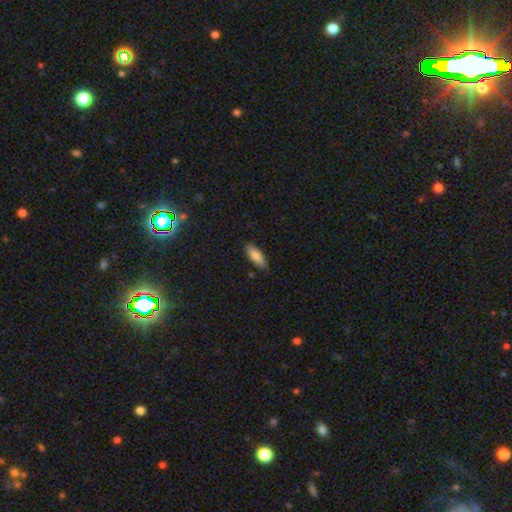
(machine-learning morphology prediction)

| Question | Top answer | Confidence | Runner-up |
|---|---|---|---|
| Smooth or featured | smooth | 77% | featured or disk (16%) |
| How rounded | in between | 64% | cigar-shaped (34%) |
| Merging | none | 82% | minor disturbance (14%) |